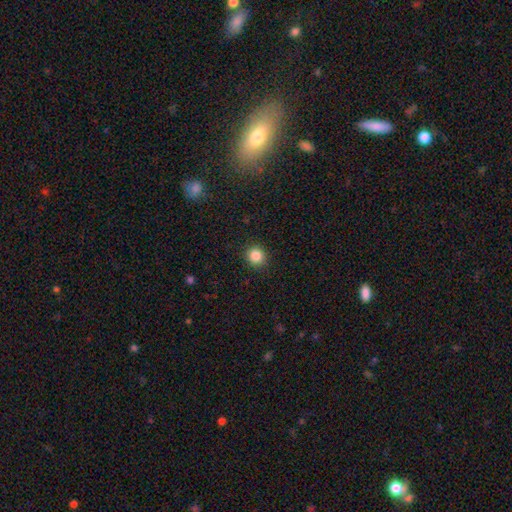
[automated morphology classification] smooth-or-featured: smooth: 85% | star or artifact: 11% | featured or disk: 4%
  how-rounded: round: 88% | in between: 11% | cigar-shaped: 1%
  merging: none: 90% | minor disturbance: 7% | major disturbance: 2% | merger: 1%